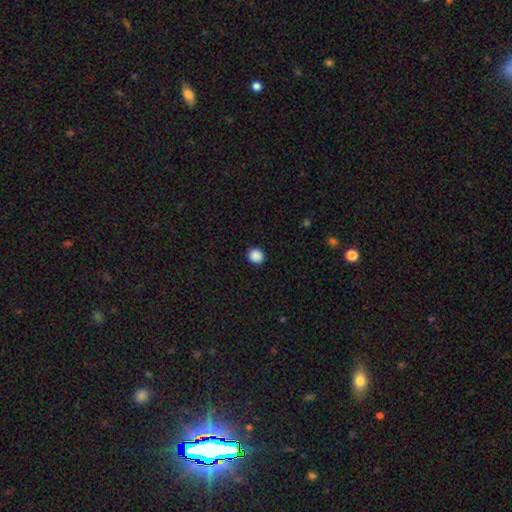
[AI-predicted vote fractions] Smooth or featured: smooth — 89% (star or artifact — 9%)
How rounded: round — 82% (in between — 17%)
Merging: none — 91% (minor disturbance — 6%)